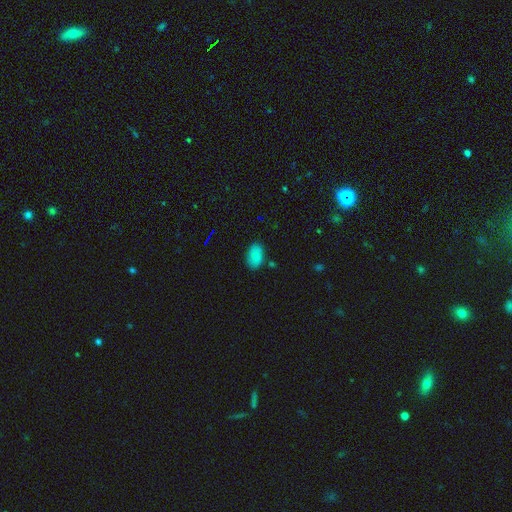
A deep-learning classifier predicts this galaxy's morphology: A smooth galaxy with no disk features (83%) that is in between round and cigar-shaped (92%).

Vote fractions:
- Smooth or featured? smooth: 83% / star or artifact: 10% / featured or disk: 7%
- How rounded? in between: 92% / round: 7% / cigar-shaped: 1%
- Merging? none: 83% / minor disturbance: 12% / major disturbance: 3% / merger: 2%